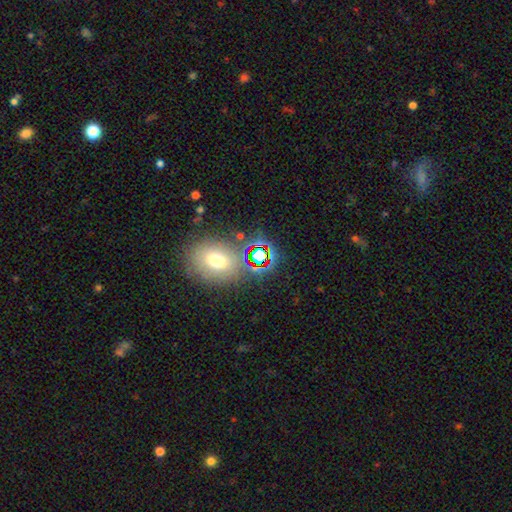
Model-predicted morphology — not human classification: Q: Smooth or featured?
A: star or artifact (54%); runner-up: smooth (34%)